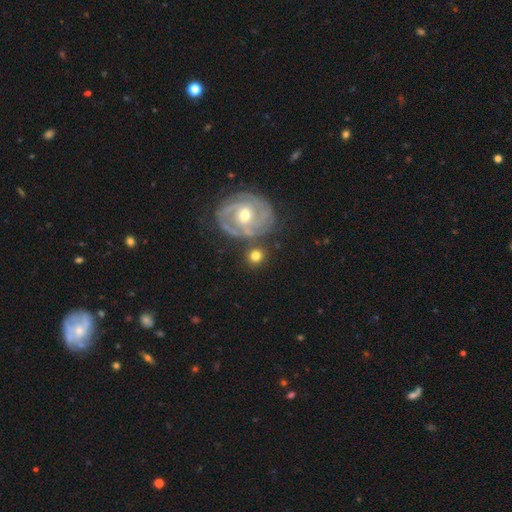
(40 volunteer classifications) Morphology: type=smooth (82%); roundness=round (91%); merging=none (85%).